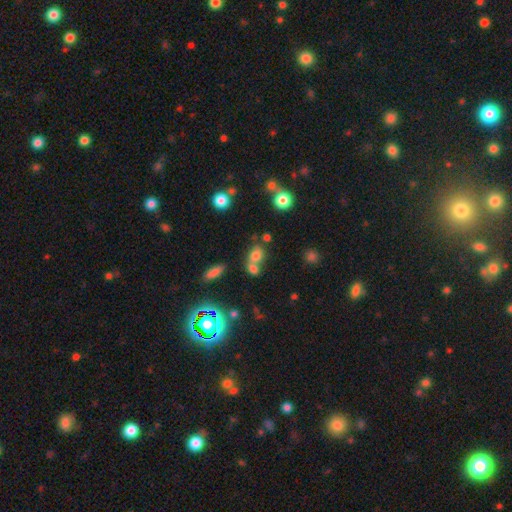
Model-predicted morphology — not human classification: Smooth or featured?
  - smooth: 70% *
  - star or artifact: 18%
  - featured or disk: 13%
How rounded?
  - in between: 59% *
  - round: 39%
  - cigar-shaped: 2%
Merging?
  - merger: 49% *
  - none: 37%
  - minor disturbance: 9%
  - major disturbance: 5%